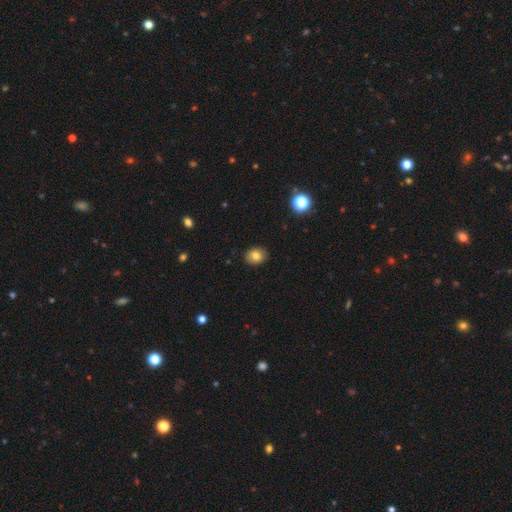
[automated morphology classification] Smooth or featured? smooth (81%)
How rounded? in between (52%)
Merging? none (90%)